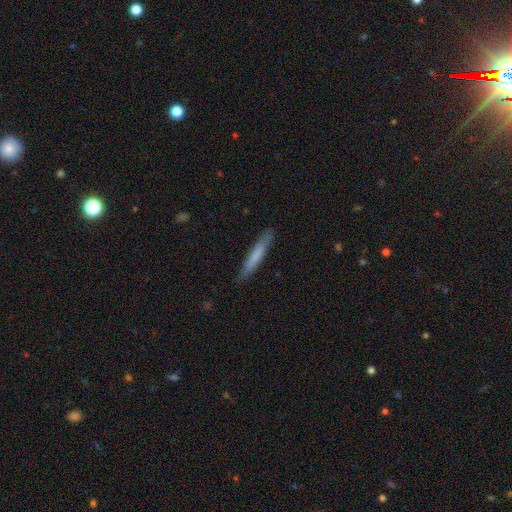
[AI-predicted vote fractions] Q: Smooth or featured?
A: smooth (71%); runner-up: featured or disk (23%)
Q: How rounded?
A: cigar-shaped (94%); runner-up: in between (5%)
Q: Merging?
A: none (87%); runner-up: minor disturbance (10%)